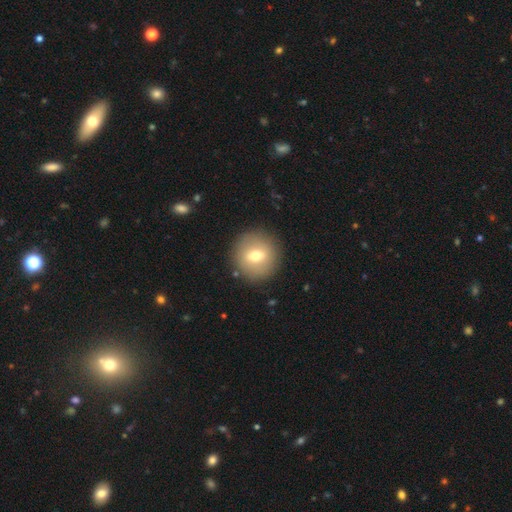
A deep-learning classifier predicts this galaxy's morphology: type=smooth (62%); roundness=round (90%); merging=none (88%).